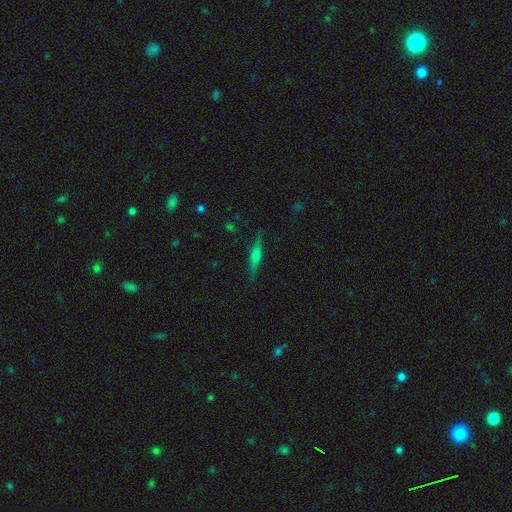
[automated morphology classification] Q: Smooth or featured?
A: featured or disk (51%); runner-up: smooth (40%)
Q: Edge-on disk?
A: yes (96%); runner-up: no (4%)
Q: Merging?
A: none (86%); runner-up: minor disturbance (10%)